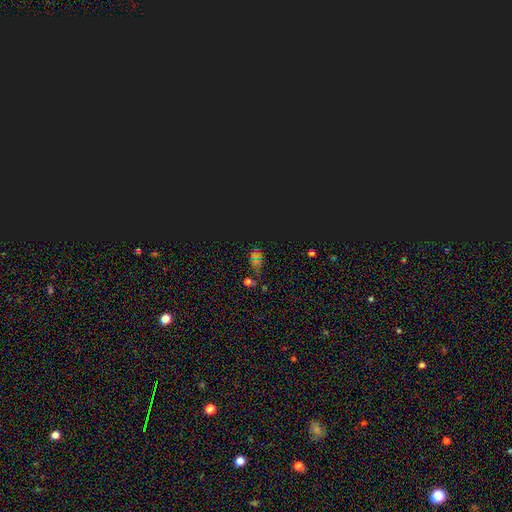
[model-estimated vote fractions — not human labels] smooth-or-featured: star or artifact: 64% | smooth: 25% | featured or disk: 11%